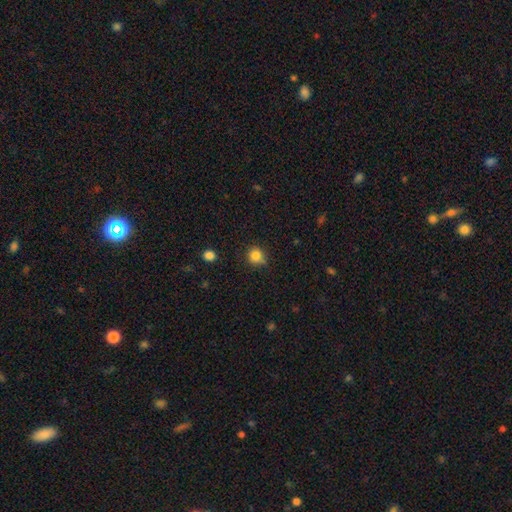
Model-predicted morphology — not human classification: A smooth galaxy with no disk features (83%) that is round (89%). Merging: none (73%).